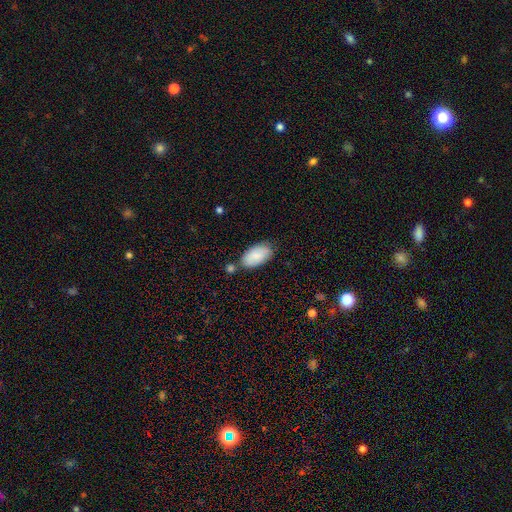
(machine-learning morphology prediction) Smooth or featured?
  - smooth: 83% *
  - featured or disk: 11%
  - star or artifact: 6%
How rounded?
  - in between: 95% *
  - cigar-shaped: 2%
  - round: 2%
Merging?
  - none: 66% *
  - minor disturbance: 19%
  - merger: 11%
  - major disturbance: 4%